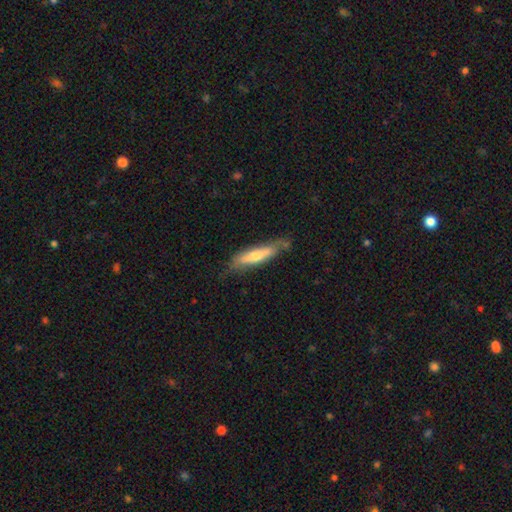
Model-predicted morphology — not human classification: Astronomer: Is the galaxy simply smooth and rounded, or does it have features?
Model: smooth — 50% (runner-up: featured or disk, 44%).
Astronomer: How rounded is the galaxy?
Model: cigar-shaped — 80%.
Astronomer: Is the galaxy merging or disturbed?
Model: none — 66%.